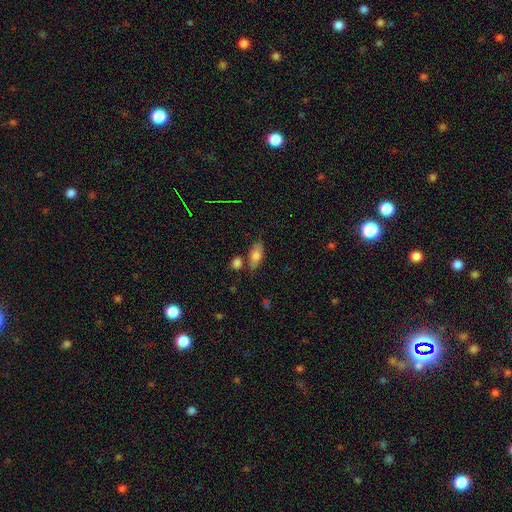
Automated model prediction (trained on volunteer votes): Smooth or featured? Predicted: smooth (p=0.75). How rounded? Predicted: in between (p=0.85). Merging? Predicted: none (p=0.63).